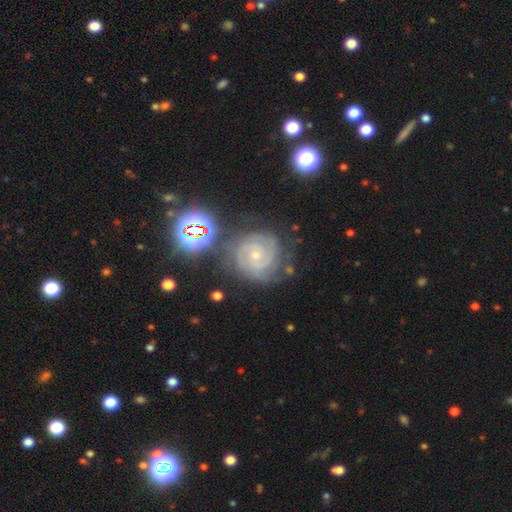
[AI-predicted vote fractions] Morphology: type=featured or disk (84%); edge-on=no (98%); bar=no (70%); spiral arms=yes (97%); winding=tight (78%); arm count=2 (41%); bulge=small (73%); merging=none (71%).